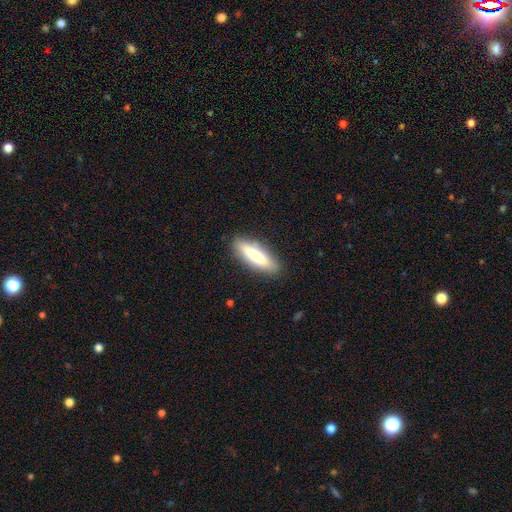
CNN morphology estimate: Q: Smooth or featured?
A: smooth (74%); runner-up: featured or disk (20%)
Q: How rounded?
A: cigar-shaped (62%); runner-up: in between (37%)
Q: Merging?
A: none (85%); runner-up: minor disturbance (11%)